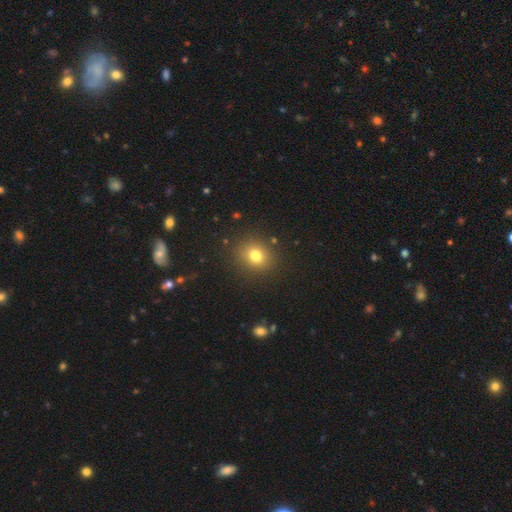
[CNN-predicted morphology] This is likely a smooth galaxy (76%). How rounded: likely round (77%). Merging: clearly none (87%).